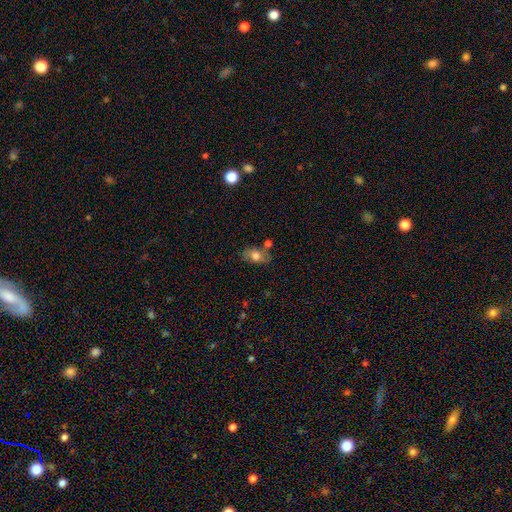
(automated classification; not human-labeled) The model was most divided on "merging": none: 61%, minor disturbance: 20%, merger: 13%, major disturbance: 6%. More confident: how rounded — in between (83%); smooth or featured — smooth (68%).